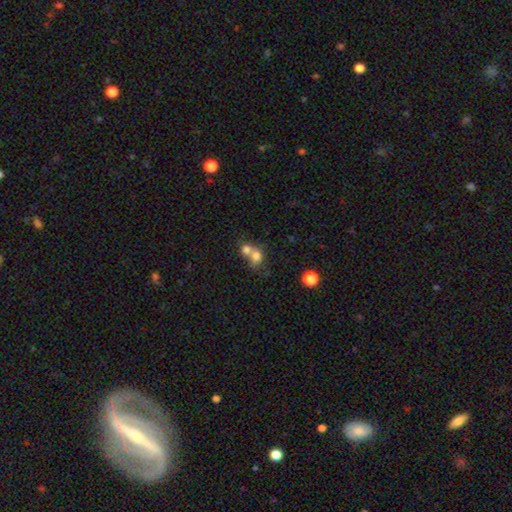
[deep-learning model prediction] smooth 73%, featured or disk 15%, star or artifact 12%. Down the decision tree: how rounded — round (63%); merging — merger (67%).